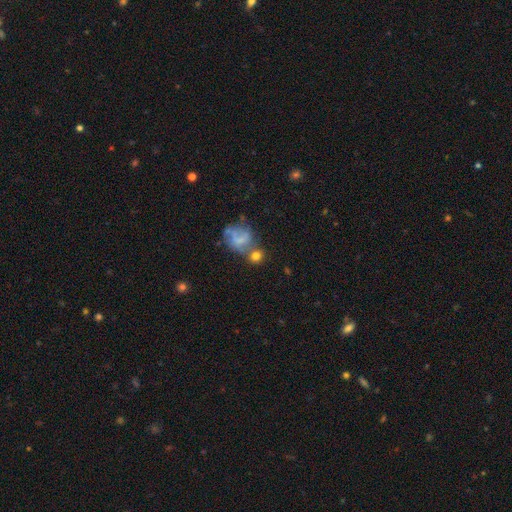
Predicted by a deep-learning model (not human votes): Q: Smooth or featured?
A: smooth (66%); runner-up: featured or disk (20%)
Q: How rounded?
A: round (66%); runner-up: in between (32%)
Q: Merging?
A: none (43%); runner-up: merger (31%)